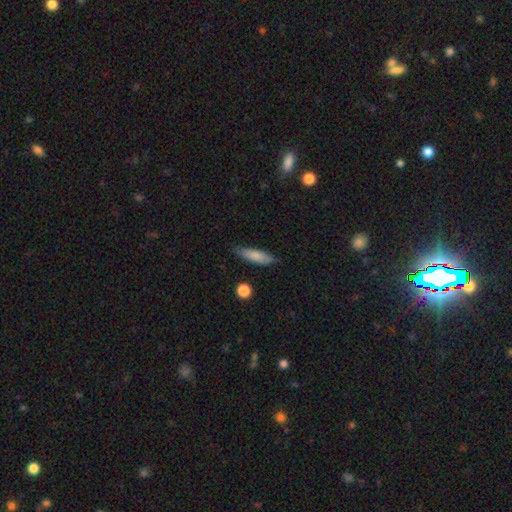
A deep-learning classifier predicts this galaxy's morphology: A smooth galaxy with no disk features (81%) that is cigar-shaped (62%). Merging: none (81%).